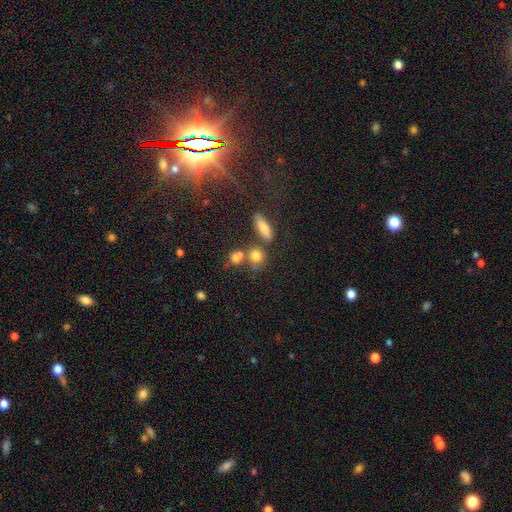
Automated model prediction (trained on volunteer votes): smooth-or-featured: smooth: 76% | star or artifact: 13% | featured or disk: 11%
  how-rounded: round: 72% | in between: 24% | cigar-shaped: 4%
  merging: none: 55% | merger: 27% | minor disturbance: 12% | major disturbance: 6%